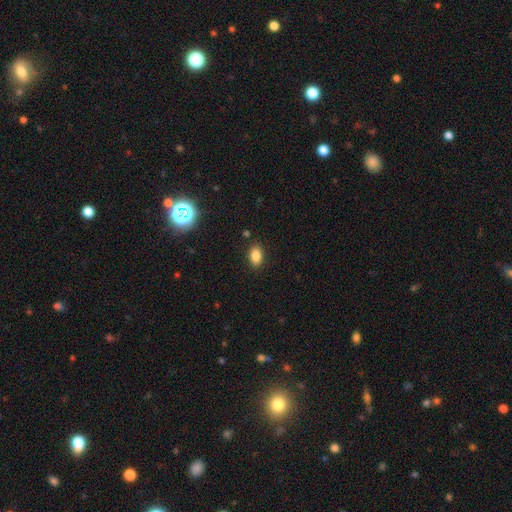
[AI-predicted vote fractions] The model was most divided on "smooth or featured": smooth: 85%, star or artifact: 10%, featured or disk: 5%. More confident: how rounded — in between (88%); merging — none (87%).